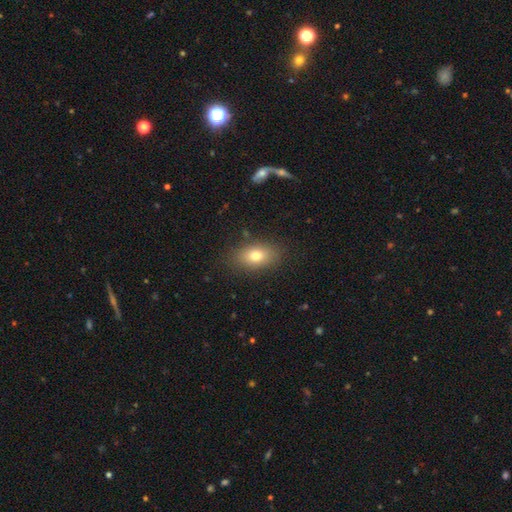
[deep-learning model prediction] smooth_or_featured: smooth (p=0.76) [alt: featured or disk p=0.14]
how_rounded: in between (p=0.85) [alt: round p=0.11]
merging: none (p=0.85) [alt: minor disturbance p=0.10]